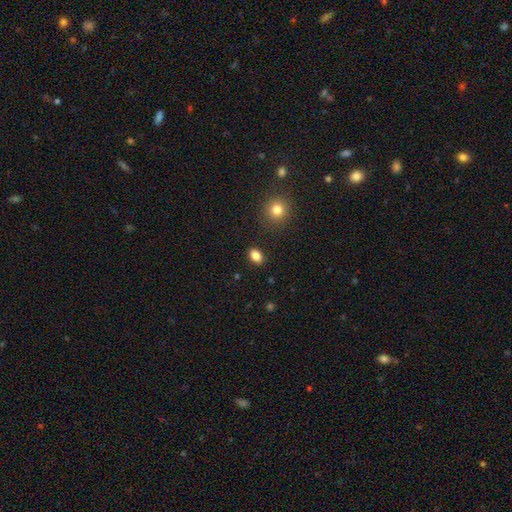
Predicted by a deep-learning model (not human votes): Smooth or featured?
  - smooth: 85% *
  - star or artifact: 10%
  - featured or disk: 5%
How rounded?
  - in between: 79% *
  - round: 19%
  - cigar-shaped: 1%
Merging?
  - none: 88% *
  - minor disturbance: 8%
  - major disturbance: 2%
  - merger: 2%